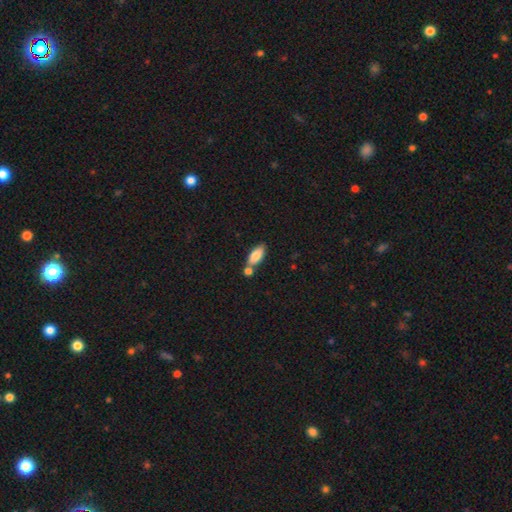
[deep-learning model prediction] Morphology: type=smooth (82%); roundness=in between (83%); merging=none (58%).